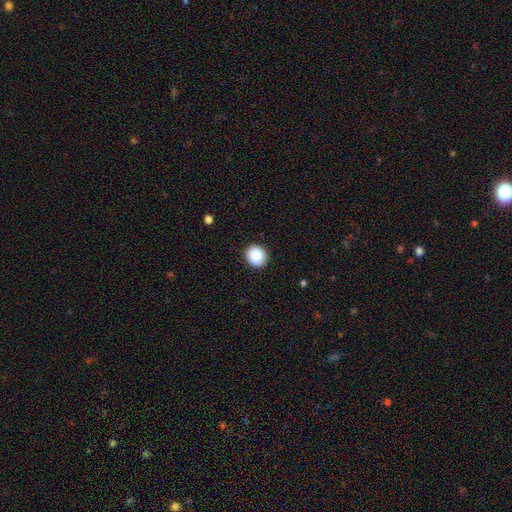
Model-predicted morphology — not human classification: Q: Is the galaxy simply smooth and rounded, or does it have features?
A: smooth — 88%.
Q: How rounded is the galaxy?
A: round — 88%.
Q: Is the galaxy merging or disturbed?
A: none — 92%.